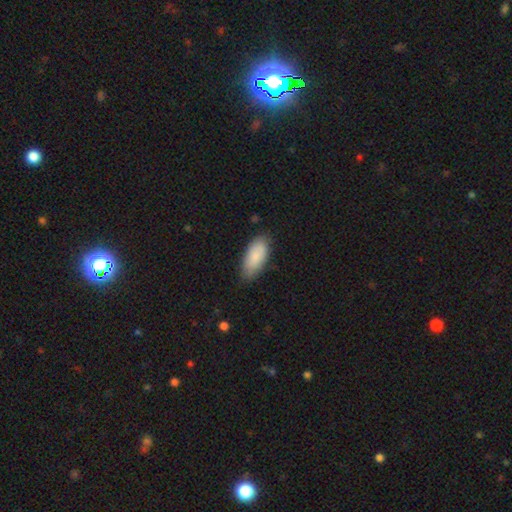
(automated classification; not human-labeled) smooth_or_featured: smooth (p=0.86) [alt: featured or disk p=0.08]
how_rounded: in between (p=0.89) [alt: cigar-shaped p=0.09]
merging: none (p=0.76) [alt: minor disturbance p=0.20]